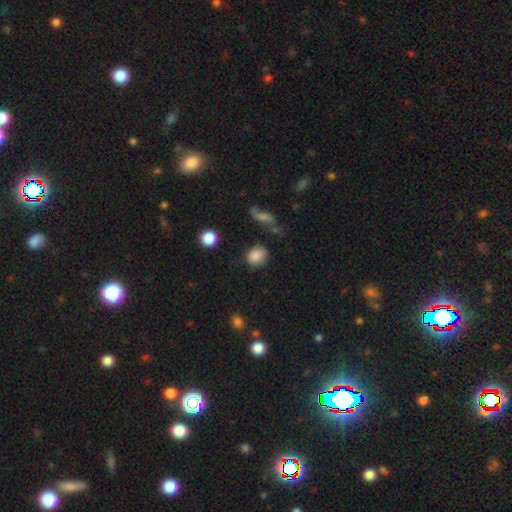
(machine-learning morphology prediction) Overall: smooth (83%). How rounded: round (70%). Merging: none (71%).